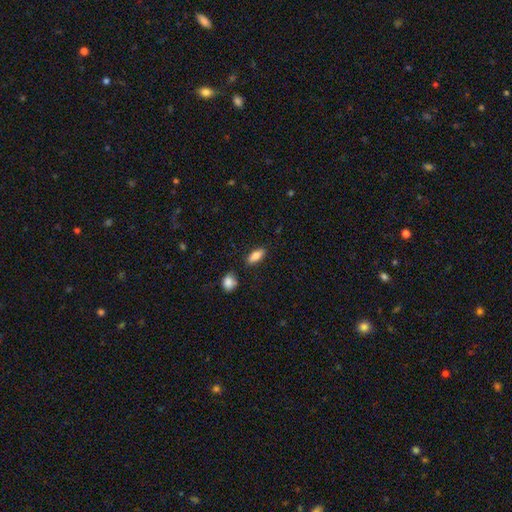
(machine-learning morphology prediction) Smooth or featured?
  - smooth: 82% *
  - featured or disk: 10%
  - star or artifact: 7%
How rounded?
  - in between: 82% *
  - cigar-shaped: 15%
  - round: 3%
Merging?
  - none: 83% *
  - minor disturbance: 11%
  - merger: 3%
  - major disturbance: 3%